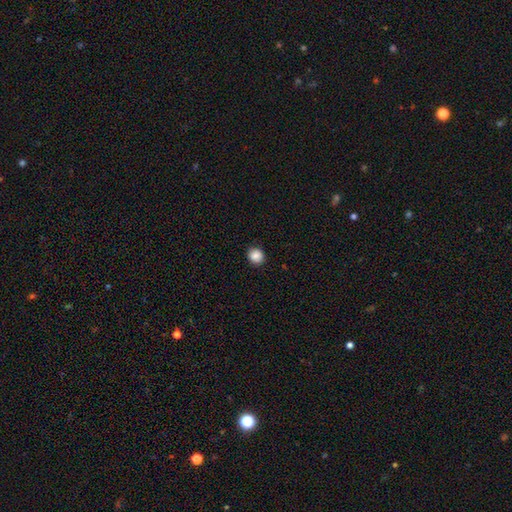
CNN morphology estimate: Q: Smooth or featured?
A: smooth (88%); runner-up: star or artifact (9%)
Q: How rounded?
A: round (85%); runner-up: in between (14%)
Q: Merging?
A: none (90%); runner-up: minor disturbance (7%)